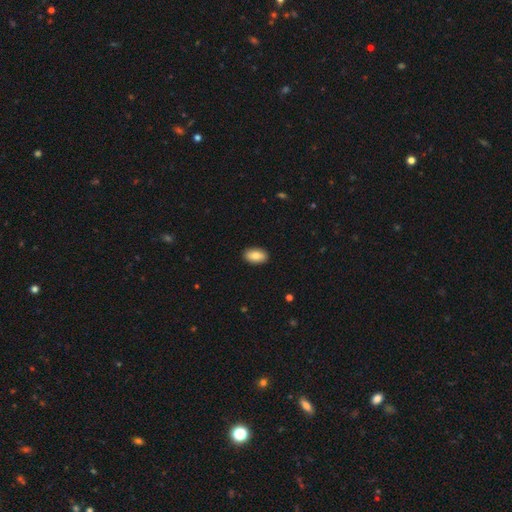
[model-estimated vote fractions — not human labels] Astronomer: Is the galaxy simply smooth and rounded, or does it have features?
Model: smooth — 82%.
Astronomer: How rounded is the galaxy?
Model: in between — 93%.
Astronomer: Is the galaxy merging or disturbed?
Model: none — 90%.